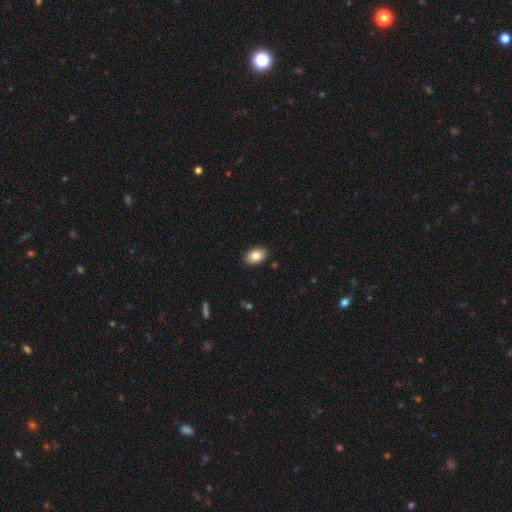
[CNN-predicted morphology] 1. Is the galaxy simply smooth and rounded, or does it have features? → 85% smooth, 8% featured or disk, 7% star or artifact.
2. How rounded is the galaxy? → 90% in between, 9% round, 1% cigar-shaped.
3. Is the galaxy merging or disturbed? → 89% none, 8% minor disturbance, 2% major disturbance, 1% merger.